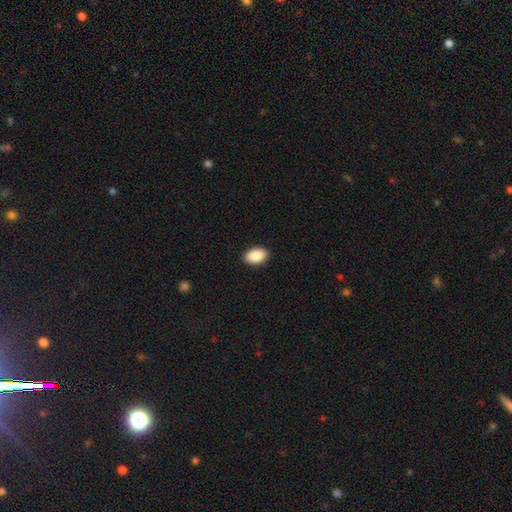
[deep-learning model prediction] Smooth or featured?
  - smooth: 89% *
  - star or artifact: 7%
  - featured or disk: 4%
How rounded?
  - in between: 91% *
  - round: 8%
  - cigar-shaped: 1%
Merging?
  - none: 91% *
  - minor disturbance: 6%
  - major disturbance: 2%
  - merger: 1%